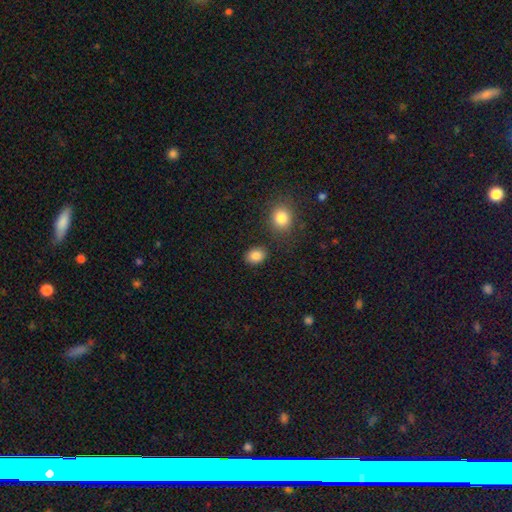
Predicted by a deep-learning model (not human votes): Smooth or featured? Predicted: smooth (p=0.86). How rounded? Predicted: in between (p=0.58). Merging? Predicted: none (p=0.83).